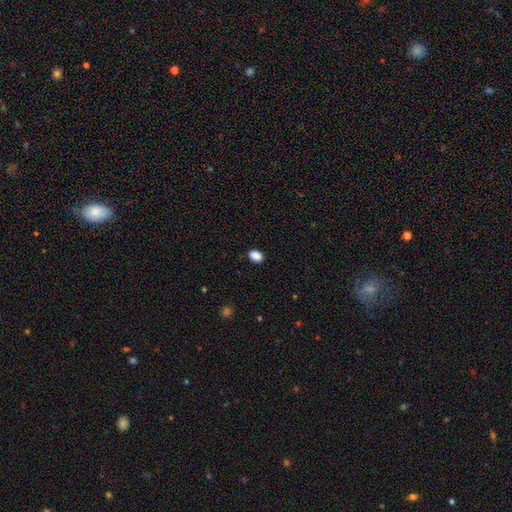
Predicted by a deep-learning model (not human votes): Smooth or featured? Predicted: smooth (p=0.88). How rounded? Predicted: in between (p=0.79). Merging? Predicted: none (p=0.88).